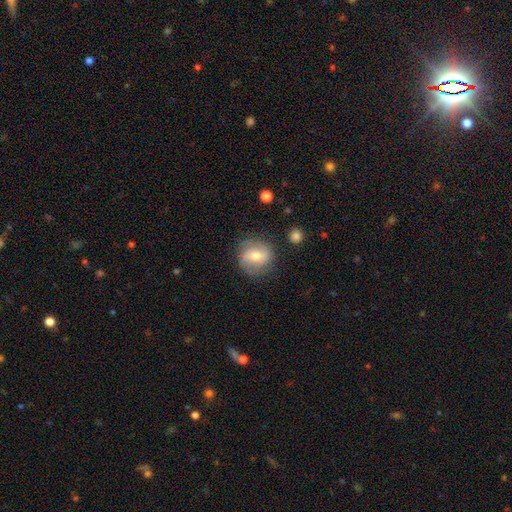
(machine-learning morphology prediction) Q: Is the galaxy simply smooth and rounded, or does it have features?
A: smooth — 50%.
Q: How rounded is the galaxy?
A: round — 83%.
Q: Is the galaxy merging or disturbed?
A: none — 77%.